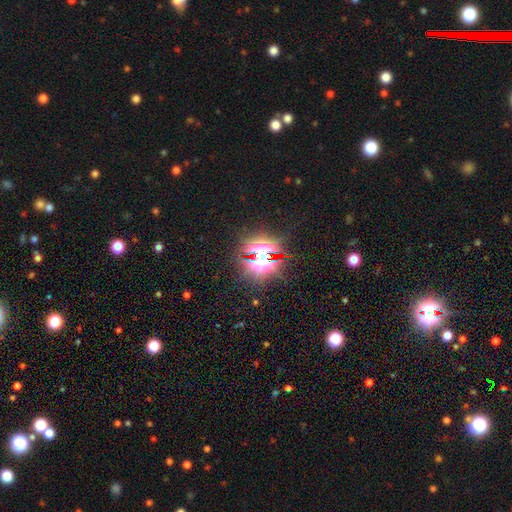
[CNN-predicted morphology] Overall: star or artifact (76%).